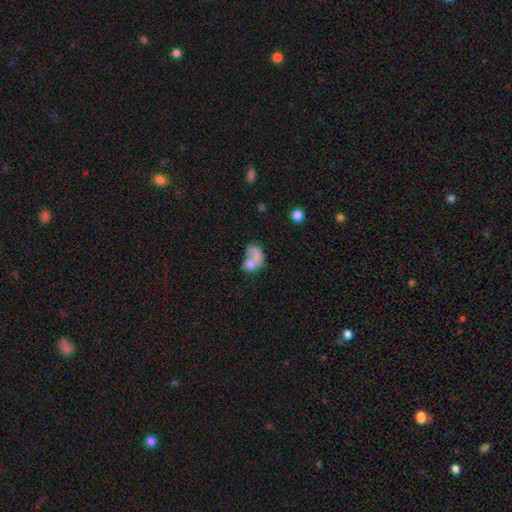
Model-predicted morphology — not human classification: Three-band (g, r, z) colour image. It shows a smooth galaxy with no disk features (59%) that is in between round and cigar-shaped (66%). Merging: merger (49%).